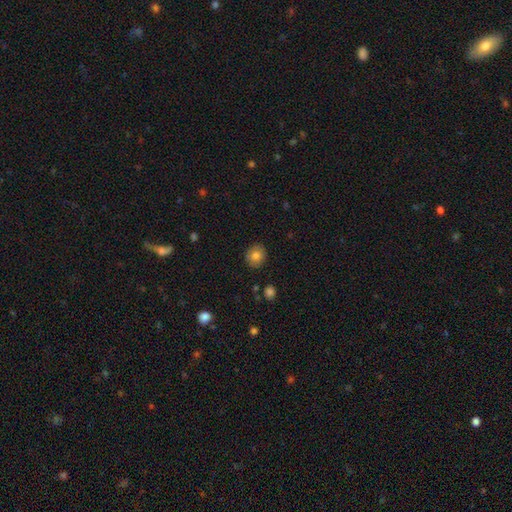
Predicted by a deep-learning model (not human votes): Smooth or featured? smooth (80%)
How rounded? round (79%)
Merging? none (89%)